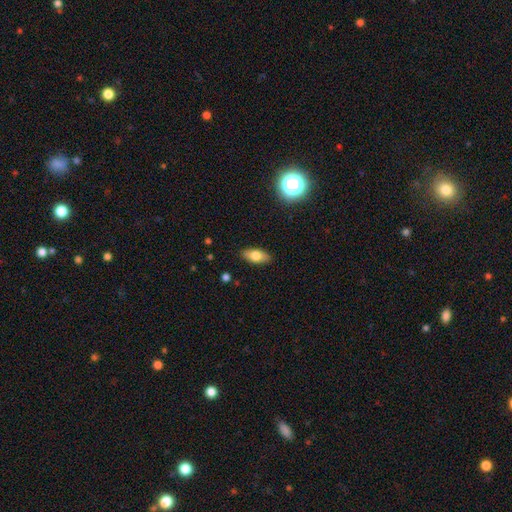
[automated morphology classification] Overall: smooth (73%). How rounded: in between (83%). Merging: none (88%).